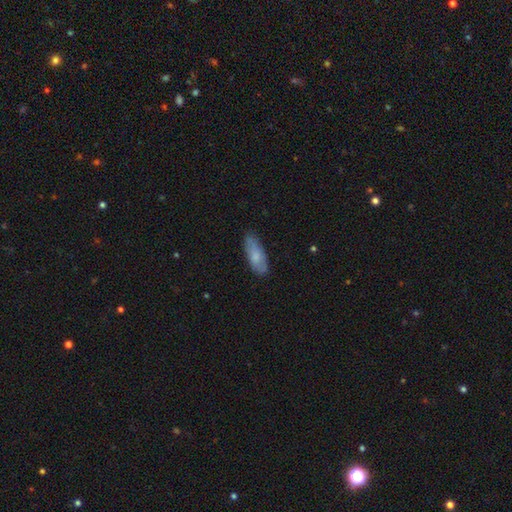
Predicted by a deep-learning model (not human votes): Smooth or featured: smooth — 72% (featured or disk — 22%)
How rounded: in between — 69% (cigar-shaped — 29%)
Merging: none — 79% (minor disturbance — 16%)